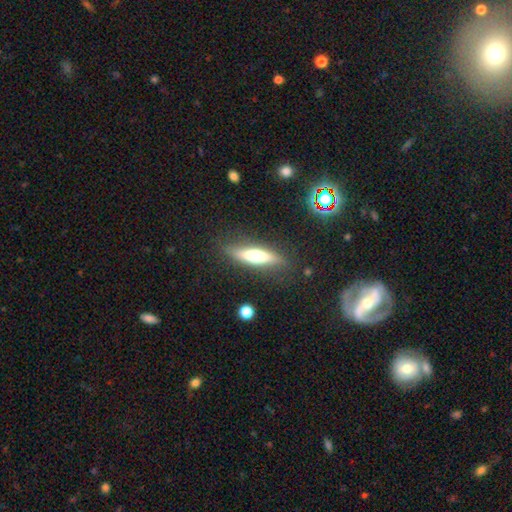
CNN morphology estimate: A smooth galaxy with no disk features (52%) that is cigar-shaped (73%). Merging: none (83%).